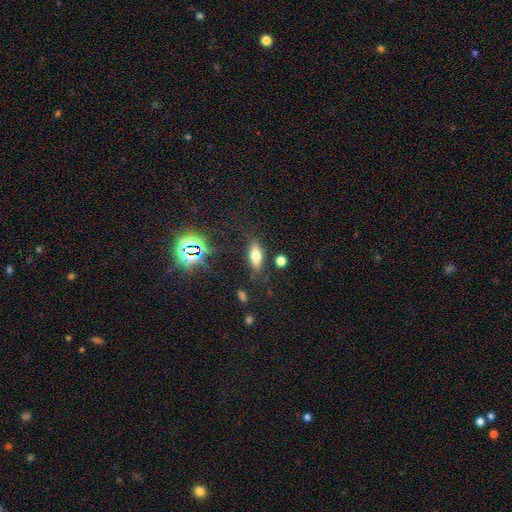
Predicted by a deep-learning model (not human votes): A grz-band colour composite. It shows a smooth galaxy with no disk features (65%) that is in between round and cigar-shaped (70%). Merging: none (80%).